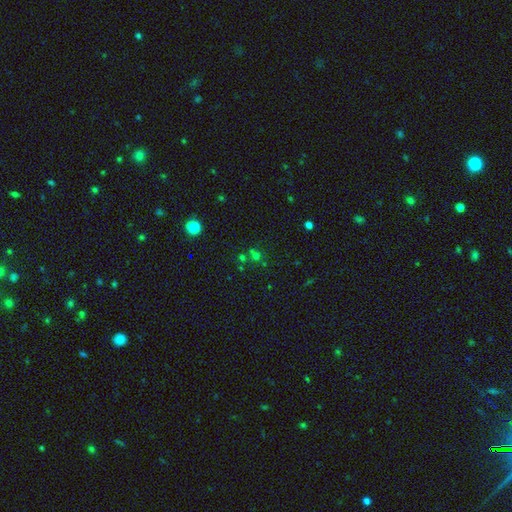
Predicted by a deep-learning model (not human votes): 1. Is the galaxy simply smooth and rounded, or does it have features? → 45% smooth, 43% star or artifact, 12% featured or disk.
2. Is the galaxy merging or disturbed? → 56% none, 31% merger, 8% minor disturbance, 5% major disturbance.